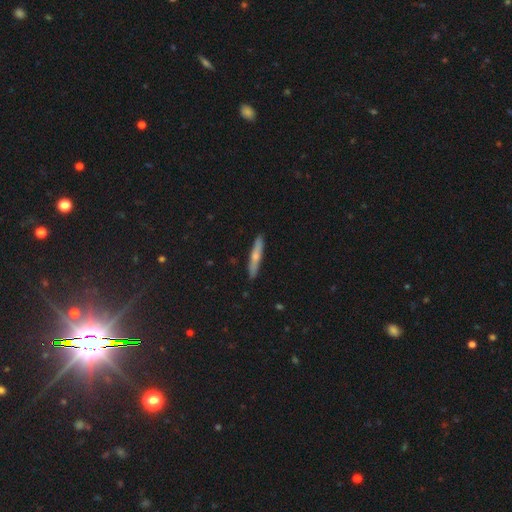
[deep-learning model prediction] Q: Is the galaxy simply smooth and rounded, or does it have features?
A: smooth — 53%.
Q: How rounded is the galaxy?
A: cigar-shaped — 92%.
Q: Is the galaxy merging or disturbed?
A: none — 90%.